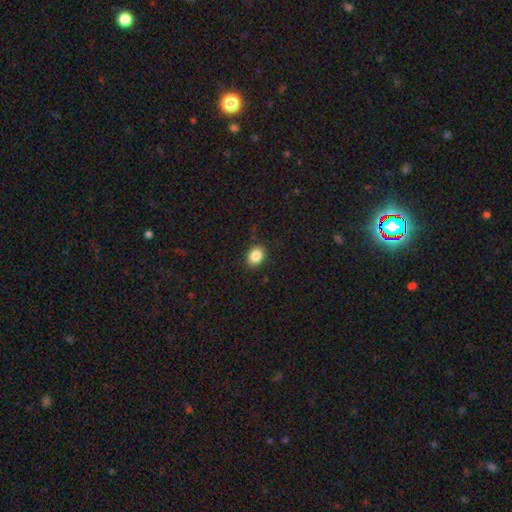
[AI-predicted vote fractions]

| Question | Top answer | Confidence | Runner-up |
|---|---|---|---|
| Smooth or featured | smooth | 87% | star or artifact (9%) |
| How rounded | in between | 60% | round (39%) |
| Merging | none | 89% | minor disturbance (8%) |